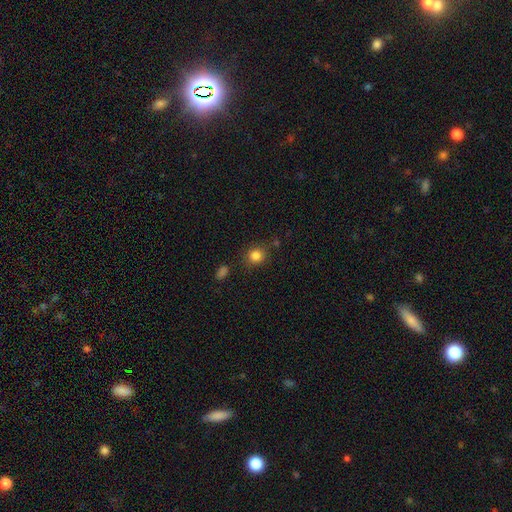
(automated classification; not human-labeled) A smooth galaxy with no disk features (83%) that is round (80%).

Vote fractions:
- Smooth or featured? smooth: 83% / star or artifact: 11% / featured or disk: 5%
- How rounded? round: 80% / in between: 19% / cigar-shaped: 1%
- Merging? none: 80% / minor disturbance: 12% / merger: 4% / major disturbance: 4%